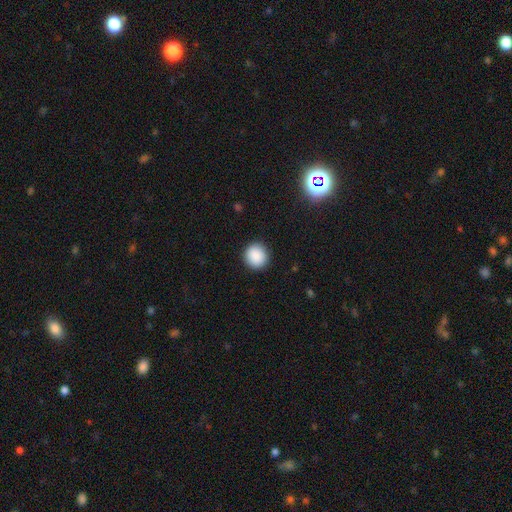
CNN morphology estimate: Smooth or featured? smooth (89%)
How rounded? round (91%)
Merging? none (91%)